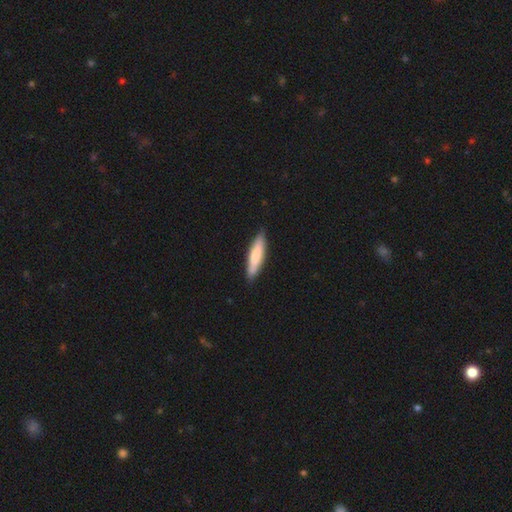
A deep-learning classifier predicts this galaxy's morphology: Smooth or featured? Predicted: smooth (p=0.74). How rounded? Predicted: cigar-shaped (p=0.77). Merging? Predicted: none (p=0.84).